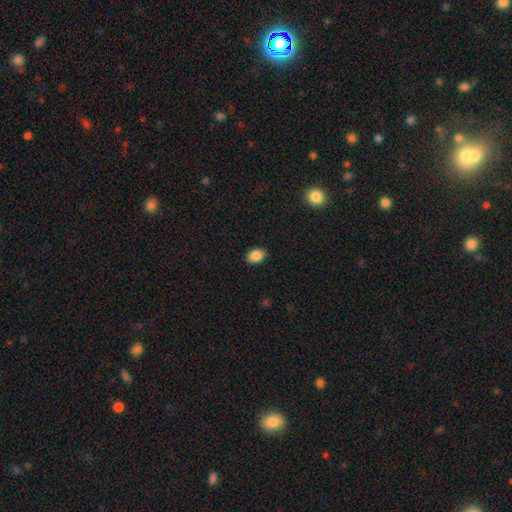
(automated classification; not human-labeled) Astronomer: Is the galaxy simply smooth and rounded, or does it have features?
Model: smooth — 87%.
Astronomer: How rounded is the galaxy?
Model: in between — 80%.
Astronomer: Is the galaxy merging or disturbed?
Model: none — 87%.